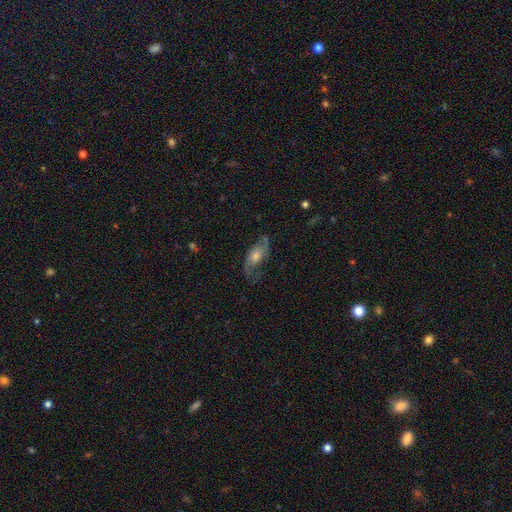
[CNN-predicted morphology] Overall: featured or disk (72%). Edge-on disk: no (88%). Bar: no (66%; weak 27%). Spiral arms: yes (90%). Spiral arm count: 2 (87%). Spiral winding: loose (48%; medium 39%). Bulge size: moderate (57%; small 25%). Merging: none (70%).